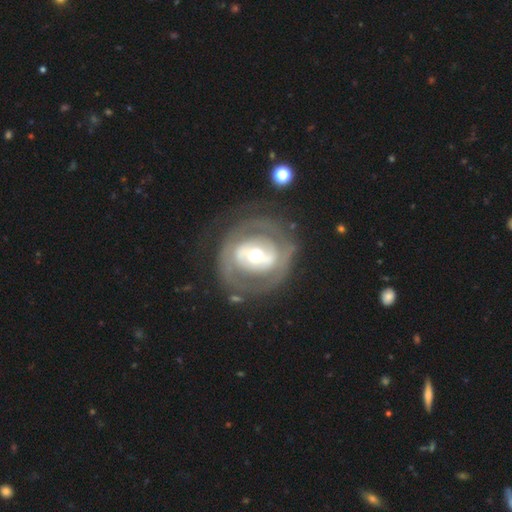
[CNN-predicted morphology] smooth_or_featured: featured or disk (p=0.71) [alt: smooth p=0.23]
disk_edge_on: no (p=0.95) [alt: yes p=0.05]
bar: no (p=0.38) [alt: strong p=0.32]
has_spiral_arms: no (p=0.61) [alt: yes p=0.39]
bulge_size: moderate (p=0.67) [alt: large p=0.15]
merging: none (p=0.71) [alt: minor disturbance p=0.14]